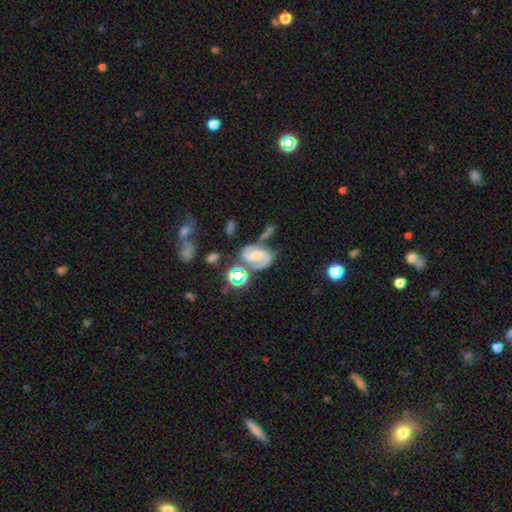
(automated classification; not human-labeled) smooth-or-featured: featured or disk: 77% | smooth: 12% | star or artifact: 11%
  disk-edge-on: no: 97% | yes: 3%
    bar: weak: 48% | no: 28% | strong: 24%
    has-spiral-arms: yes: 95% | no: 5%
      spiral-winding: medium: 55% | loose: 24% | tight: 20%
      spiral-arm-count: 2: 90% | can't tell: 4% | 1: 3% | 3: 2% | 4: 1% | more than 4: 1%
    bulge-size: small: 44% | moderate: 35% | none: 14% | large: 5% | dominant: 2%
  merging: none: 52% | minor disturbance: 20% | merger: 17% | major disturbance: 12%